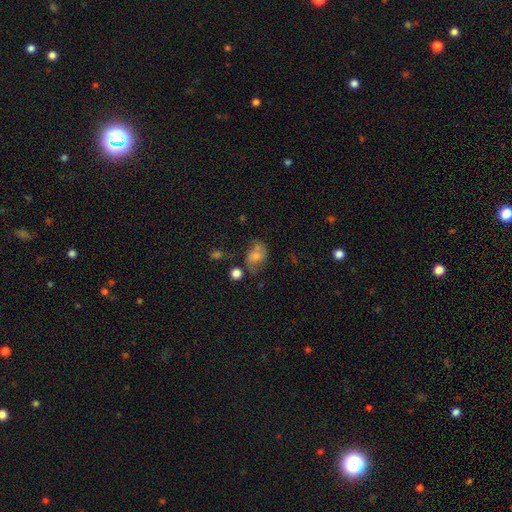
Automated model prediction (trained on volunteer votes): A smooth galaxy with no disk features (46%).

Vote fractions:
- Smooth or featured? smooth: 46% / featured or disk: 43% / star or artifact: 11%
- Merging? none: 50% / minor disturbance: 24% / major disturbance: 14% / merger: 12%